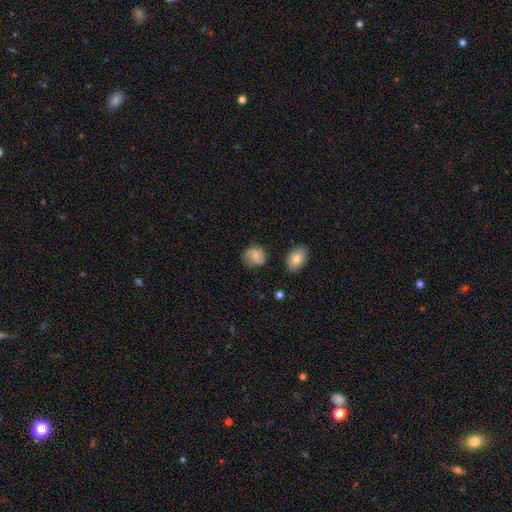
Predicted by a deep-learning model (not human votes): smooth-or-featured: smooth: 68% | featured or disk: 23% | star or artifact: 8%
  how-rounded: round: 70% | in between: 29% | cigar-shaped: 1%
  merging: none: 69% | minor disturbance: 22% | major disturbance: 6% | merger: 3%